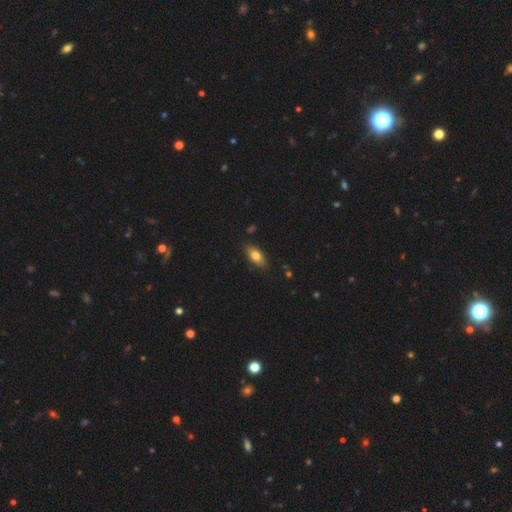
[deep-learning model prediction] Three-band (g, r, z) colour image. It shows a smooth galaxy with no disk features (78%) that is in between round and cigar-shaped (86%). Merging: none (84%).